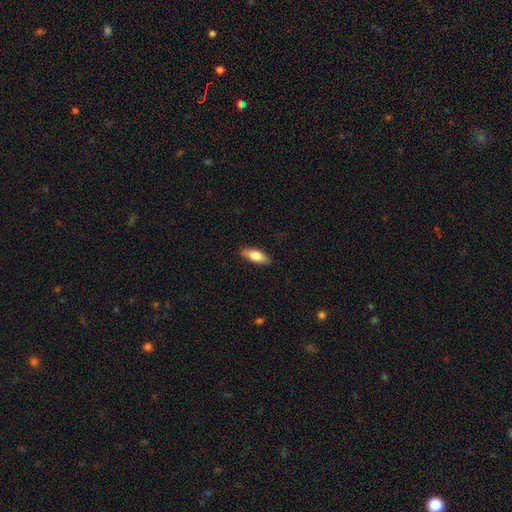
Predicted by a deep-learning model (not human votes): This is likely a smooth galaxy (73%). How rounded: likely in between (71%). Merging: clearly none (87%).